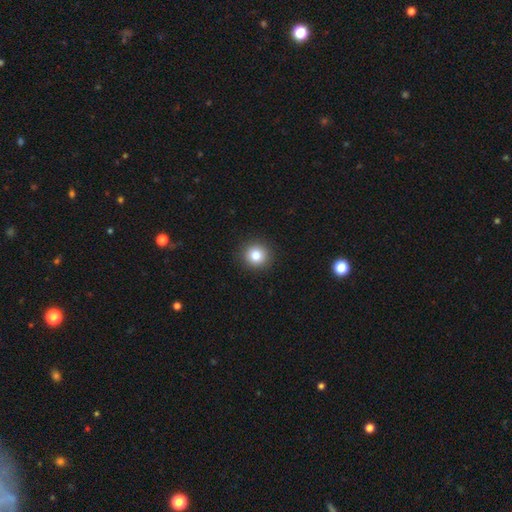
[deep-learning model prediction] This appears to be a smooth galaxy with no disk features (83%) that is round (92%). Merging: none (92%).